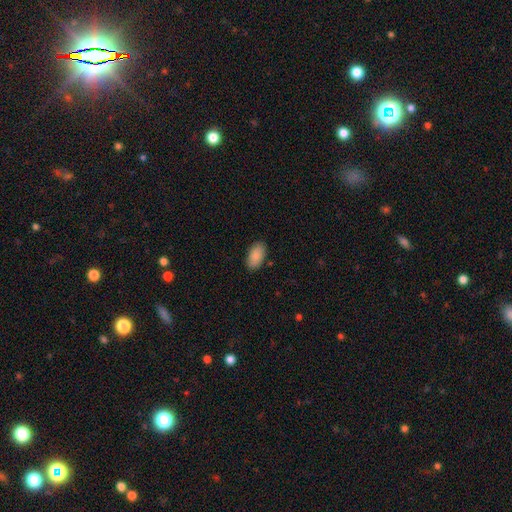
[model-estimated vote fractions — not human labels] Q: Smooth or featured?
A: smooth (89%); runner-up: star or artifact (6%)
Q: How rounded?
A: in between (95%); runner-up: round (3%)
Q: Merging?
A: none (87%); runner-up: minor disturbance (10%)